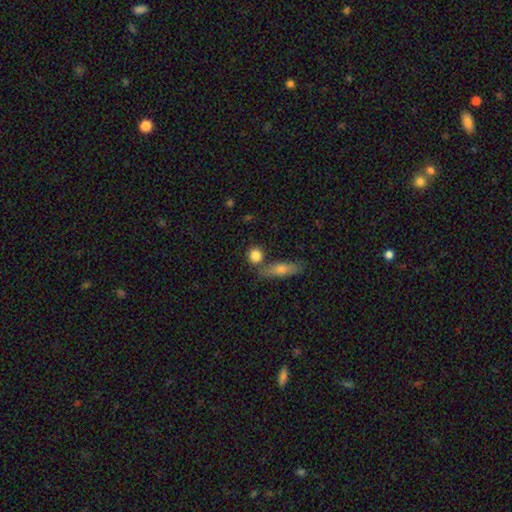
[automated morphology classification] A smooth galaxy with no disk features (84%) that is round (81%).

Vote fractions:
- Smooth or featured? smooth: 84% / star or artifact: 8% / featured or disk: 7%
- How rounded? round: 81% / in between: 14% / cigar-shaped: 5%
- Merging? none: 67% / merger: 18% / minor disturbance: 11% / major disturbance: 4%